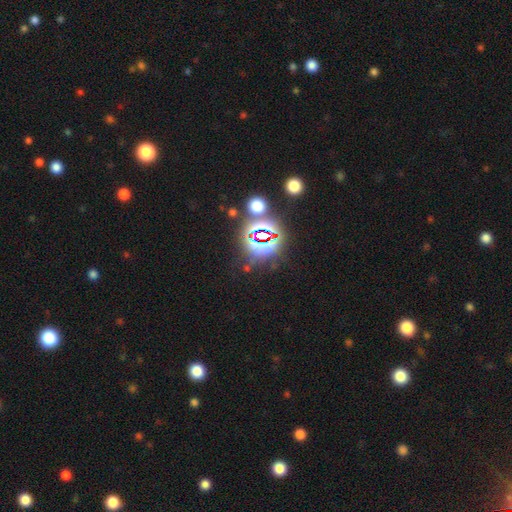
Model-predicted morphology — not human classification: Smooth or featured? Predicted: star or artifact (p=0.83).